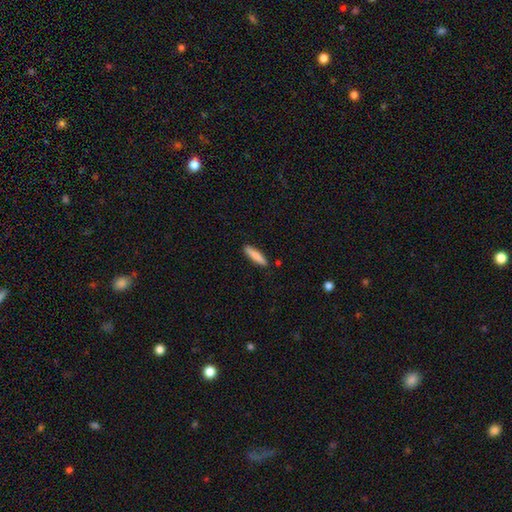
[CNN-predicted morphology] Smooth or featured? Predicted: smooth (p=0.81). How rounded? Predicted: cigar-shaped (p=0.86). Merging? Predicted: none (p=0.88).